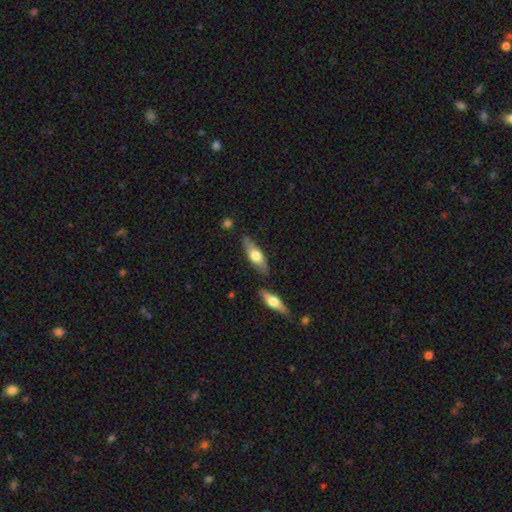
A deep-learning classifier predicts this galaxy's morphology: smooth 53%, featured or disk 42%, star or artifact 5%. Down the decision tree: how rounded — in between (50%); merging — none (76%).